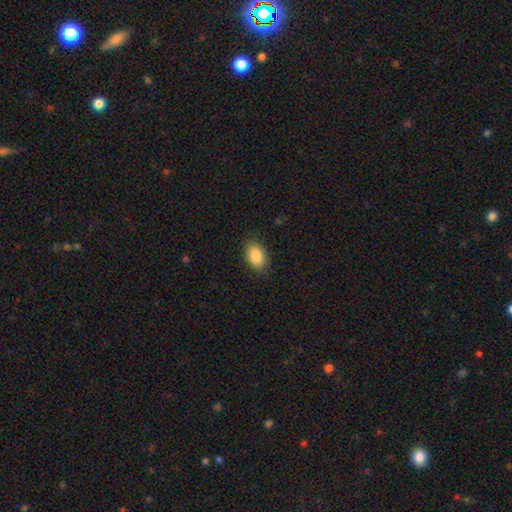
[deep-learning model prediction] Smooth or featured? smooth (88%)
How rounded? in between (91%)
Merging? none (85%)